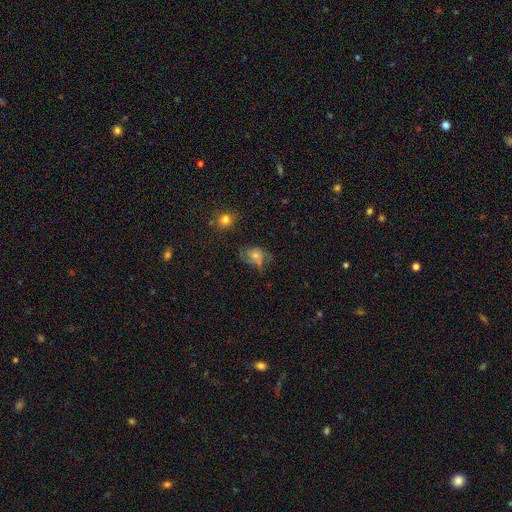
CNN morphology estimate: A smooth galaxy with no disk features (44%). Merging: none (51%).